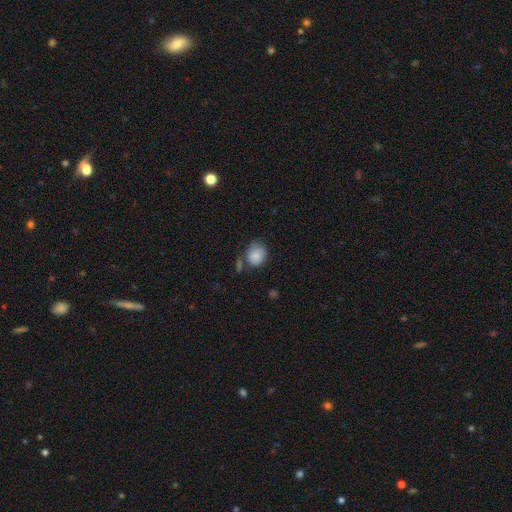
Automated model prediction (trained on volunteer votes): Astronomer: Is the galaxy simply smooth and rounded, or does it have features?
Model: smooth — 85%.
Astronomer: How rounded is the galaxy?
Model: round — 66%.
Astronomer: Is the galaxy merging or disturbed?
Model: none — 59%.